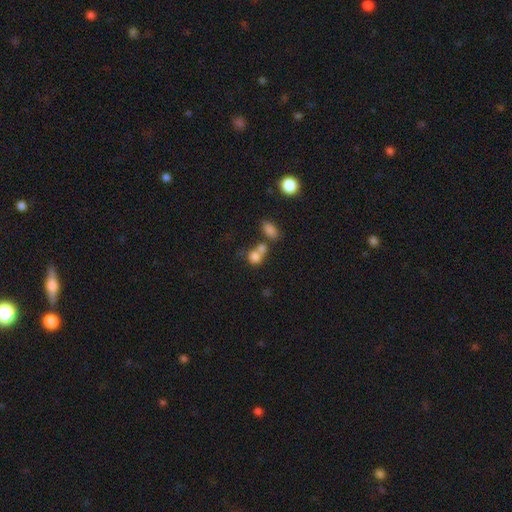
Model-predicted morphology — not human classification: The model was most divided on "merging": merger: 51%, none: 34%, minor disturbance: 10%, major disturbance: 6%. More confident: smooth or featured — smooth (76%); how rounded — round (63%).